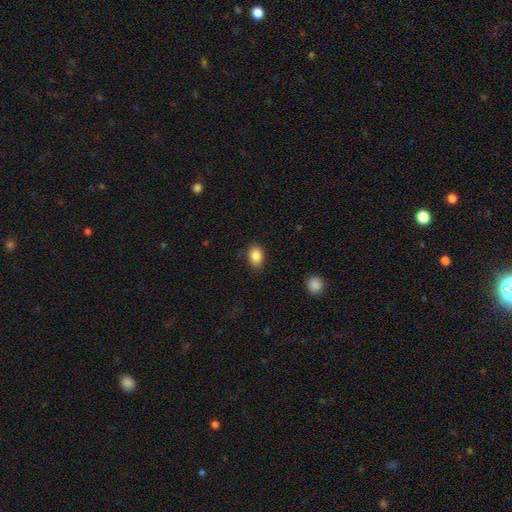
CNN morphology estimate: smooth-or-featured: smooth: 87% | star or artifact: 8% | featured or disk: 5%
  how-rounded: in between: 81% | round: 18% | cigar-shaped: 1%
  merging: none: 84% | minor disturbance: 12% | major disturbance: 3% | merger: 1%